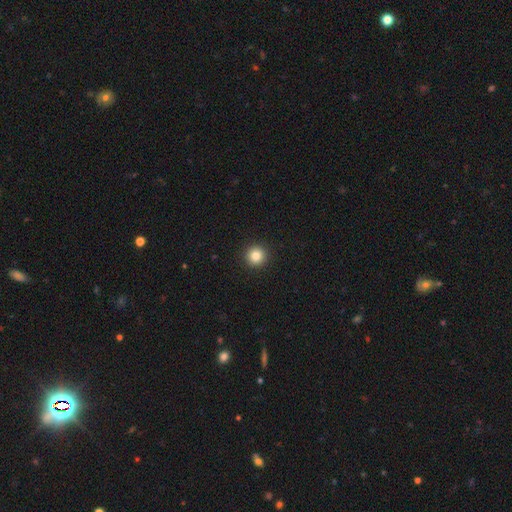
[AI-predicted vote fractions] This appears to be a smooth galaxy with no disk features (84%) that is round (95%). Merging: none (93%).